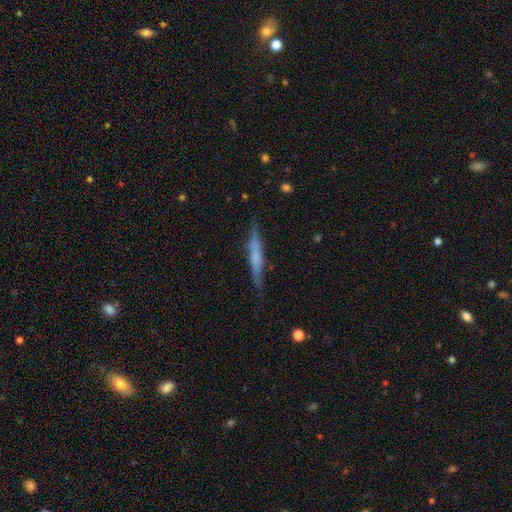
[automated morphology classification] This appears to be a featured or disk galaxy (50%) viewed edge-on (95%). Merging: none (82%).